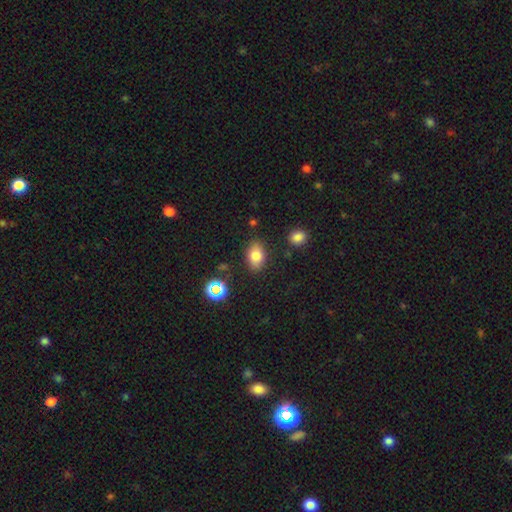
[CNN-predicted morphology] Smooth or featured? Predicted: smooth (p=0.76). How rounded? Predicted: in between (p=0.83). Merging? Predicted: none (p=0.83).